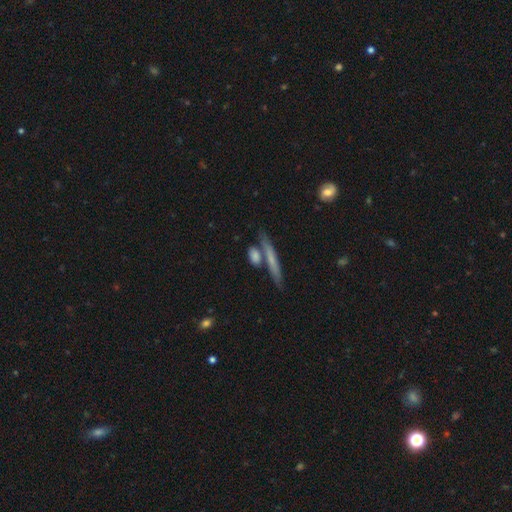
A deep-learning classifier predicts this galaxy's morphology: Smooth or featured? smooth (68%)
How rounded? cigar-shaped (64%)
Merging? none (61%)